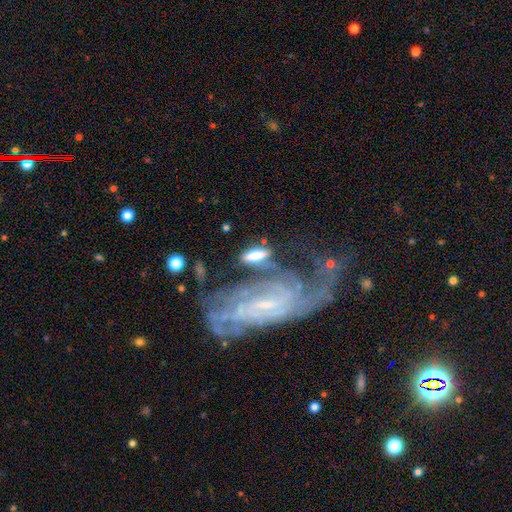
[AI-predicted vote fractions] Morphology: type=smooth (58%); roundness=in between (71%); merging=none (51%).